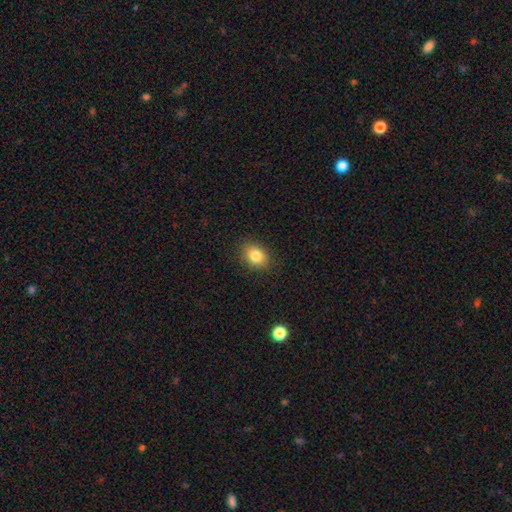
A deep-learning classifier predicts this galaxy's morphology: The model was most divided on "how rounded": in between: 54%, round: 45%, cigar-shaped: 1%. More confident: merging — none (86%); smooth or featured — smooth (82%).